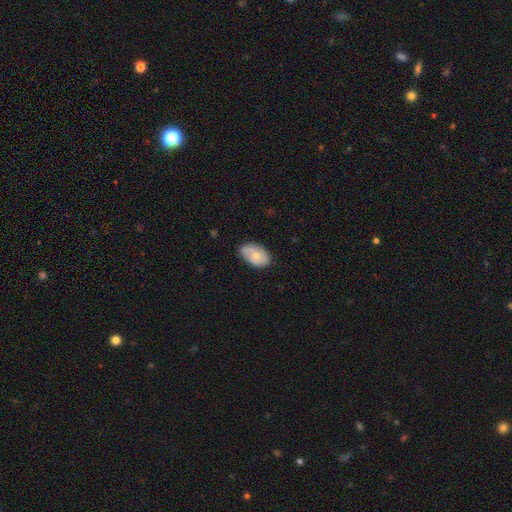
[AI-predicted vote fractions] A smooth galaxy with no disk features (58%) that is in between round and cigar-shaped (90%).

Vote fractions:
- Smooth or featured? smooth: 58% / featured or disk: 36% / star or artifact: 6%
- How rounded? in between: 90% / round: 8% / cigar-shaped: 1%
- Merging? none: 69% / minor disturbance: 24% / major disturbance: 5% / merger: 2%